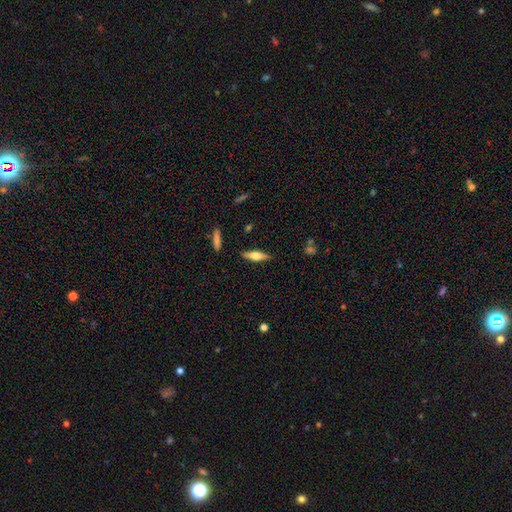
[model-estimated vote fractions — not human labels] This appears to be a smooth galaxy with no disk features (47%). Merging: none (85%).